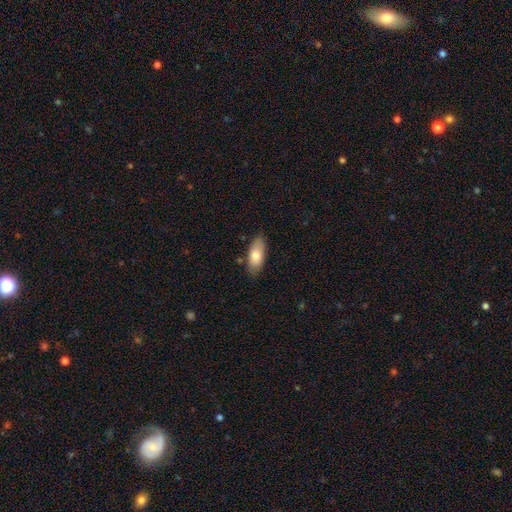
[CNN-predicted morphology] smooth-or-featured: smooth: 79% | featured or disk: 15% | star or artifact: 6%
  how-rounded: in between: 85% | cigar-shaped: 12% | round: 2%
  merging: none: 80% | minor disturbance: 15% | major disturbance: 3% | merger: 2%